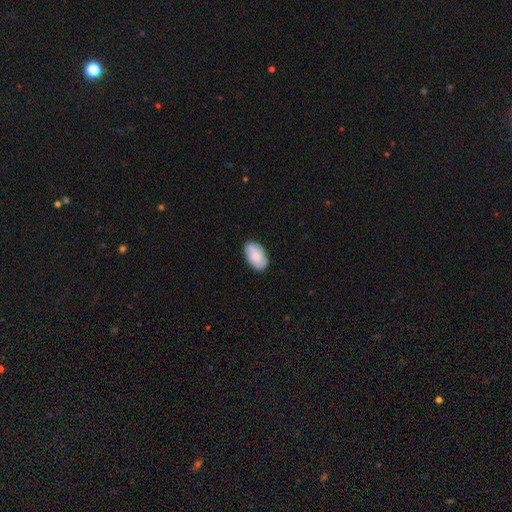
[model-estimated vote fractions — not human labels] This appears to be a smooth galaxy with no disk features (73%) that is in between round and cigar-shaped (93%). Merging: none (76%).